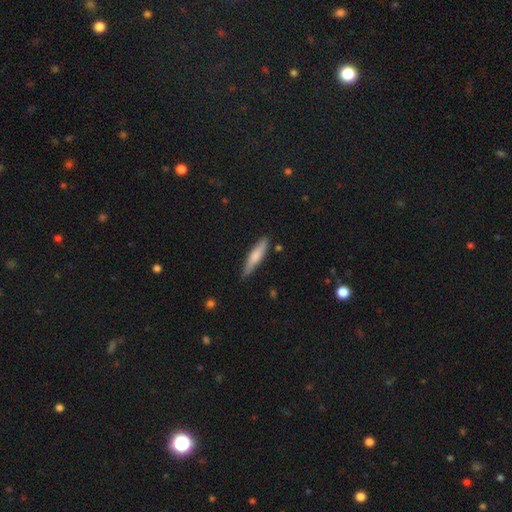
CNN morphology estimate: smooth 71%, featured or disk 24%, star or artifact 5%. Down the decision tree: how rounded — cigar-shaped (84%); merging — none (80%).